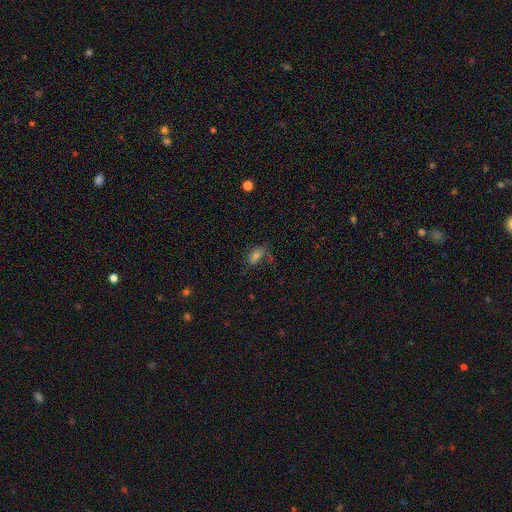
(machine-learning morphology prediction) Smooth or featured? Predicted: smooth (p=0.62). How rounded? Predicted: in between (p=0.85). Merging? Predicted: none (p=0.55).